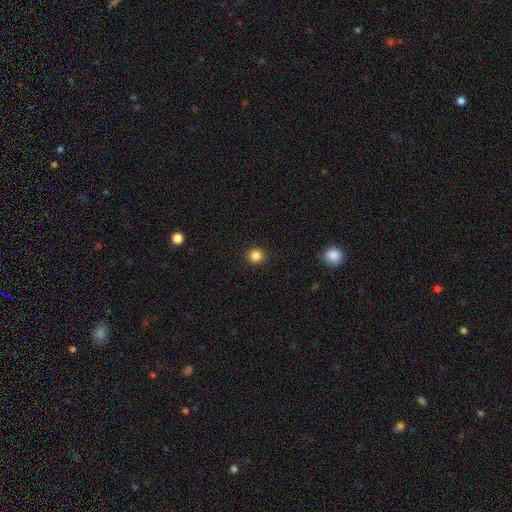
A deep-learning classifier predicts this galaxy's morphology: Overall: smooth (85%). How rounded: round (92%). Merging: none (92%).